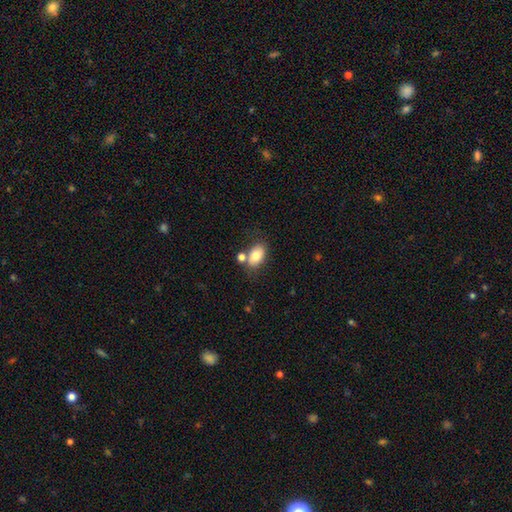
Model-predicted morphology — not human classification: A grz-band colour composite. It shows a smooth galaxy with no disk features (79%) that is in between round and cigar-shaped (86%). Merging: none (61%).